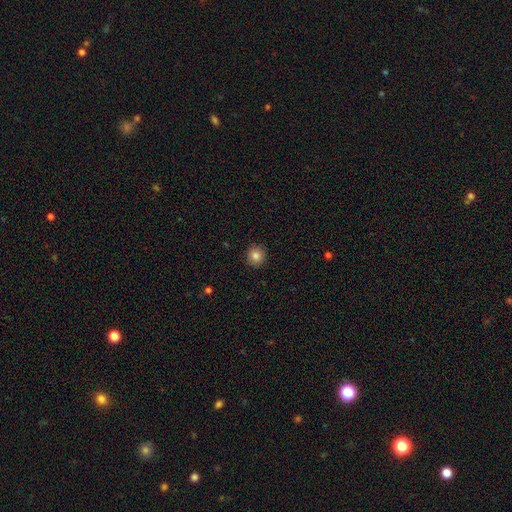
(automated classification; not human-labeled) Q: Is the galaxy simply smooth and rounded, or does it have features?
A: smooth — 84%.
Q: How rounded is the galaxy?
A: round — 92%.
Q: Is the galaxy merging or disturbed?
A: none — 92%.